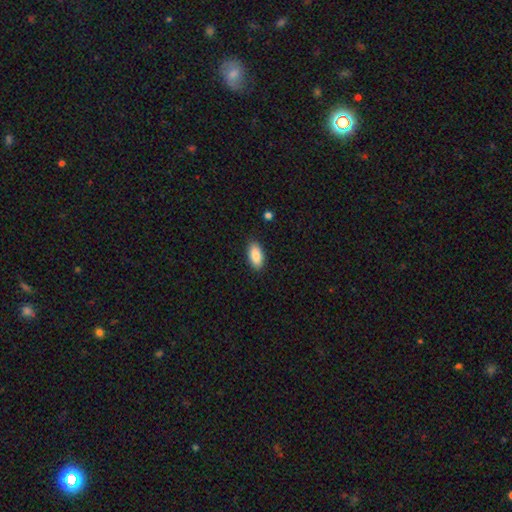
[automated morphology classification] This is clearly a smooth galaxy (85%). How rounded: clearly in between (92%). Merging: clearly none (88%).